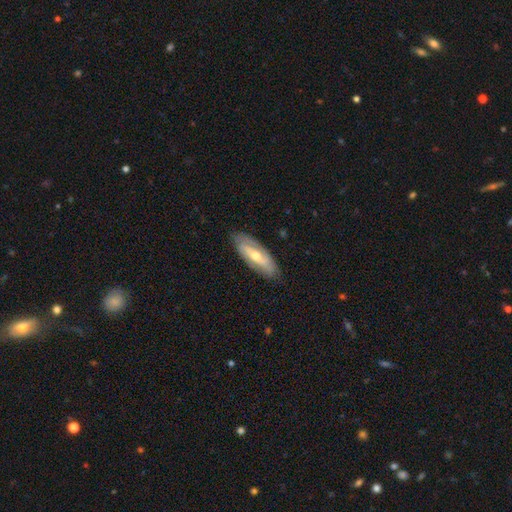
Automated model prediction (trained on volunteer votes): featured or disk 62%, smooth 32%, star or artifact 6%. Down the decision tree: edge-on disk — no (76%); merging — none (83%).